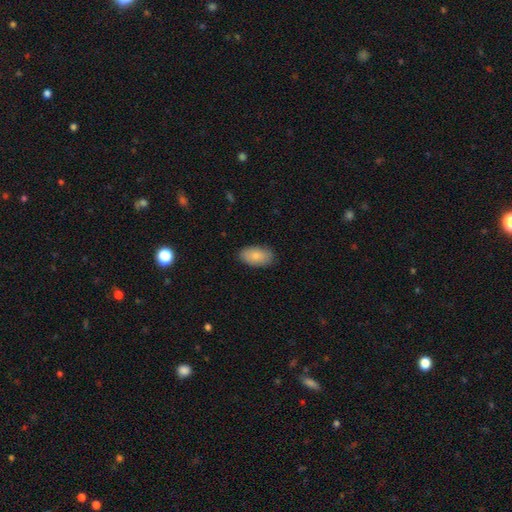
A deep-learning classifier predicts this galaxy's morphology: A smooth galaxy with no disk features (83%) that is in between round and cigar-shaped (93%).

Vote fractions:
- Smooth or featured? smooth: 83% / featured or disk: 11% / star or artifact: 6%
- How rounded? in between: 93% / round: 5% / cigar-shaped: 2%
- Merging? none: 85% / minor disturbance: 12% / major disturbance: 2% / merger: 1%